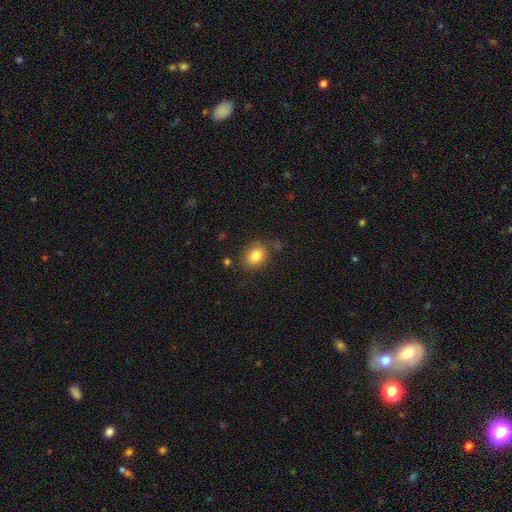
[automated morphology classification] Smooth or featured? Predicted: smooth (p=0.82). How rounded? Predicted: in between (p=0.58). Merging? Predicted: none (p=0.78).